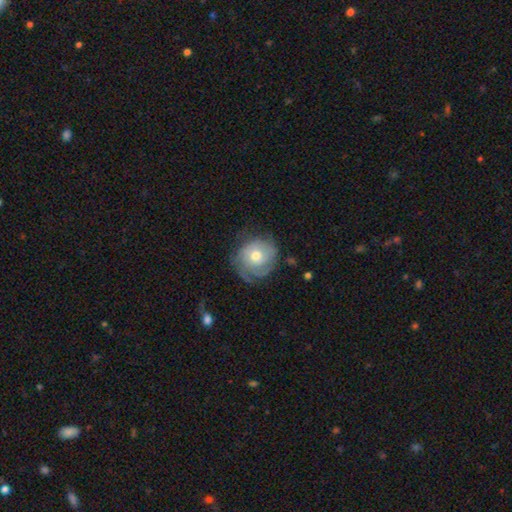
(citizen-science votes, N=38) Smooth or featured?
  - featured or disk: 68% *
  - smooth: 29%
  - star or artifact: 3%
Edge-on disk?
  - no: 92% *
  - yes: 8%
Bar?
  - no: 71% *
  - weak: 25%
  - strong: 4%
Spiral arms?
  - yes: 92% *
  - no: 8%
Spiral winding?
  - tight: 64% *
  - medium: 32%
  - loose: 5%
Spiral arm count?
  - 2: 32% * (tied)
  - can't tell: 32% * (tied)
  - 1: 18%
  - more than 4: 9%
  - 3: 5%
  - 4: 5%
Bulge size?
  - moderate: 62% *
  - small: 29%
  - large: 8%
  - dominant: 0%
  - none: 0%
Merging?
  - none: 57% *
  - minor disturbance: 24%
  - major disturbance: 19%
  - merger: 0%